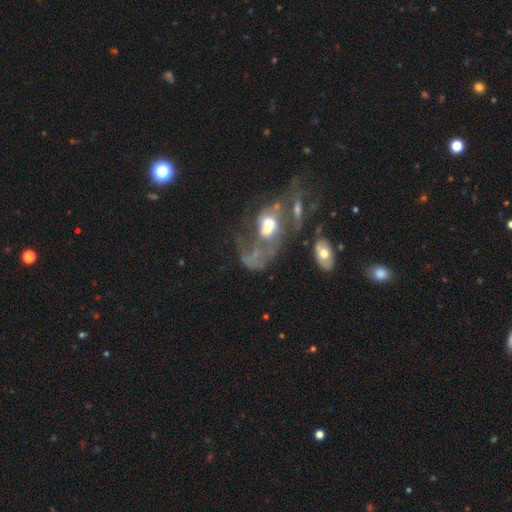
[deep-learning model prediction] The model was most divided on "merging": major disturbance: 39%, merger: 38%, none: 15%, minor disturbance: 8%. Remaining: edge-on disk — no (94%); bar — no (75%); smooth or featured — featured or disk (61%); spiral arms — no (55%); bulge size — moderate (45%).